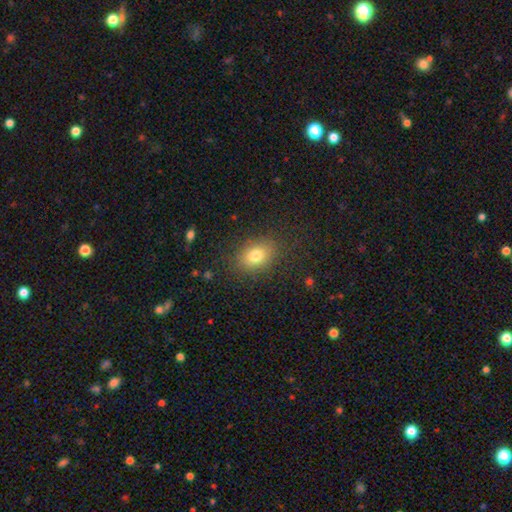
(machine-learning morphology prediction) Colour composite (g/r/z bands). It shows a smooth galaxy with no disk features (79%) that is in between round and cigar-shaped (70%). Merging: none (83%).